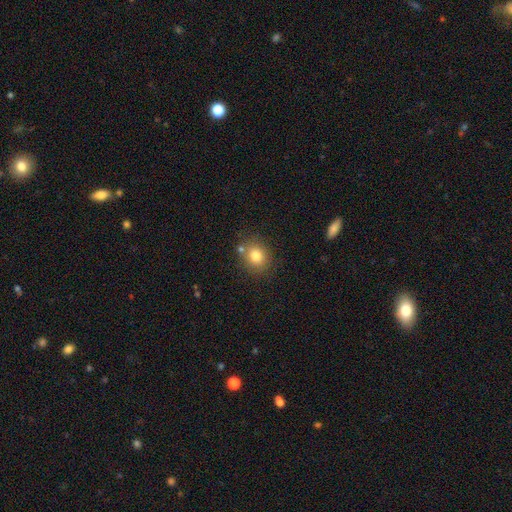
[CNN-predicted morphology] type=smooth (81%); roundness=round (69%); merging=none (74%).